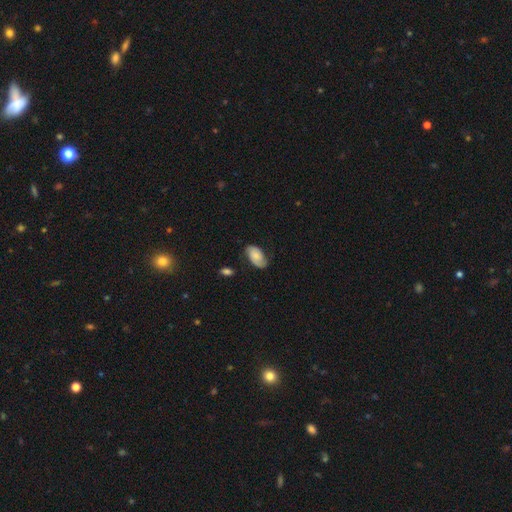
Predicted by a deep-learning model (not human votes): A smooth galaxy with no disk features (48%). Merging: none (67%).